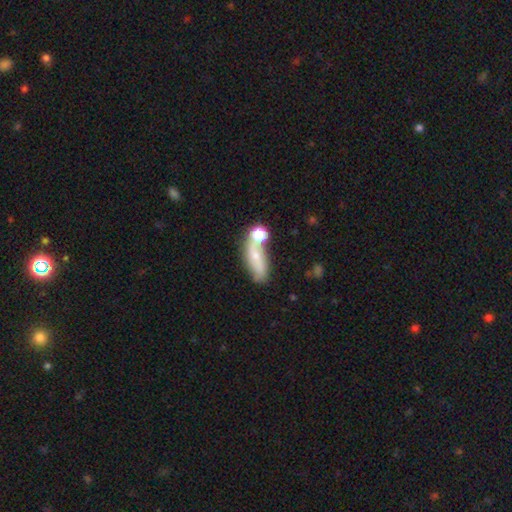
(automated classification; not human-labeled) smooth_or_featured: smooth (p=0.55) [alt: featured or disk p=0.35]
how_rounded: in between (p=0.61) [alt: cigar-shaped p=0.29]
merging: none (p=0.39) [alt: merger p=0.33]